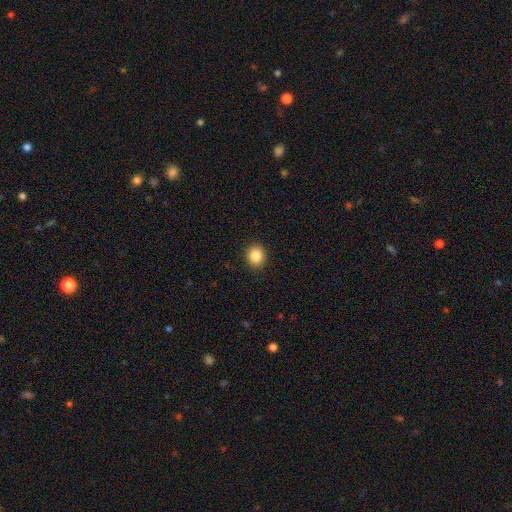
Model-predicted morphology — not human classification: A smooth galaxy with no disk features (87%) that is round (79%).

Vote fractions:
- Smooth or featured? smooth: 87% / star or artifact: 9% / featured or disk: 4%
- How rounded? round: 79% / in between: 20% / cigar-shaped: 1%
- Merging? none: 91% / minor disturbance: 6% / major disturbance: 2% / merger: 1%